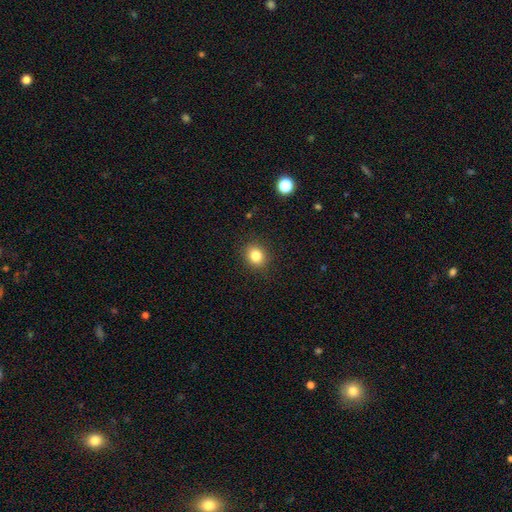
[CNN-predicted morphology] This appears to be a smooth galaxy with no disk features (82%) that is round (72%). Merging: none (89%).